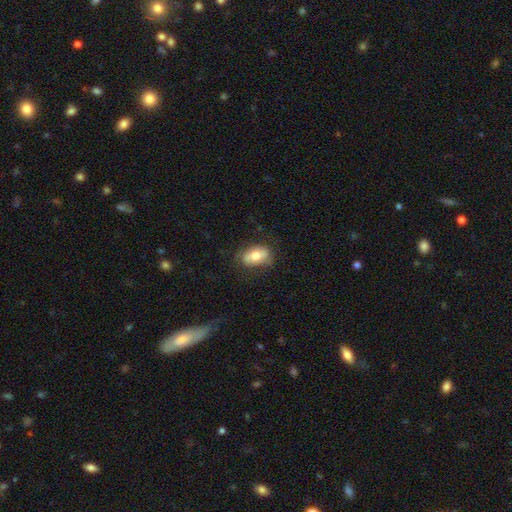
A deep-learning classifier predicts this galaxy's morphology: A smooth galaxy with no disk features (67%) that is in between round and cigar-shaped (87%).

Vote fractions:
- Smooth or featured? smooth: 67% / featured or disk: 25% / star or artifact: 7%
- How rounded? in between: 87% / round: 10% / cigar-shaped: 3%
- Merging? none: 73% / minor disturbance: 19% / major disturbance: 7% / merger: 1%